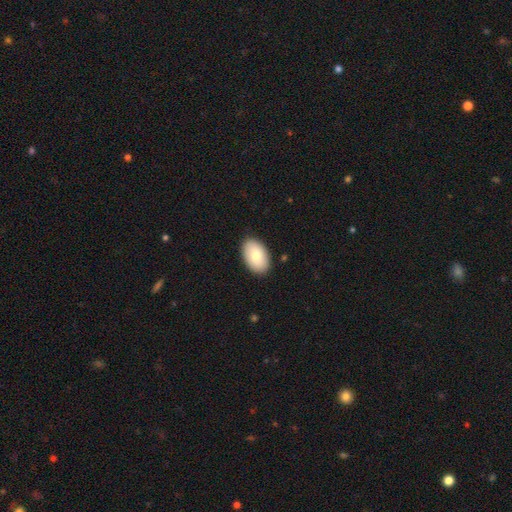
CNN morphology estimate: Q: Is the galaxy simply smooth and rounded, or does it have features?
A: smooth — 80%.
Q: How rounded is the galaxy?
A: in between — 92%.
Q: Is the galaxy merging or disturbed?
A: none — 89%.